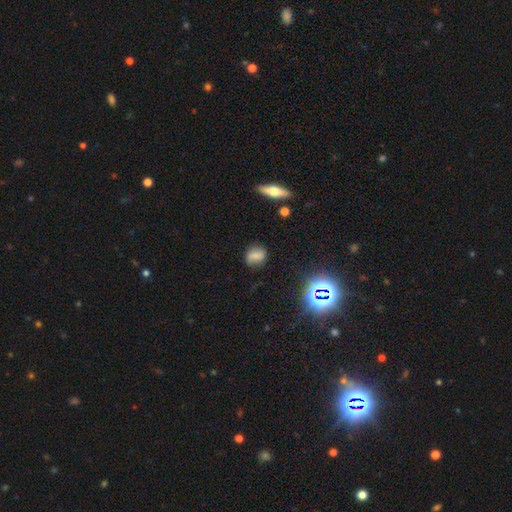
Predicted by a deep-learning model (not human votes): Q: Smooth or featured?
A: smooth (70%); runner-up: featured or disk (16%)
Q: How rounded?
A: round (60%); runner-up: in between (38%)
Q: Merging?
A: none (79%); runner-up: minor disturbance (15%)